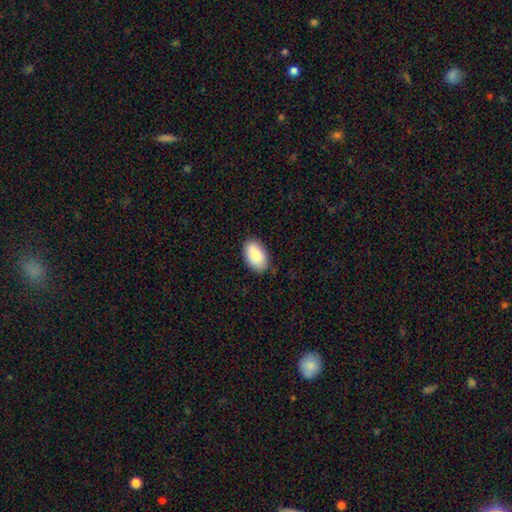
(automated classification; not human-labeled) Smooth or featured? smooth (87%)
How rounded? in between (94%)
Merging? none (85%)